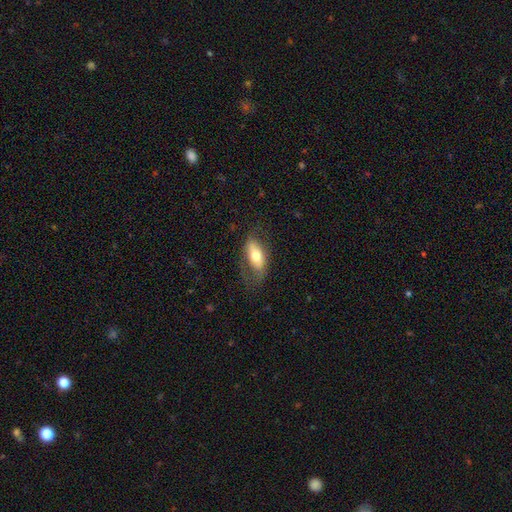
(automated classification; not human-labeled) smooth-or-featured: smooth: 61% | featured or disk: 33% | star or artifact: 6%
  how-rounded: in between: 83% | cigar-shaped: 13% | round: 4%
  merging: none: 59% | minor disturbance: 24% | major disturbance: 15% | merger: 1%